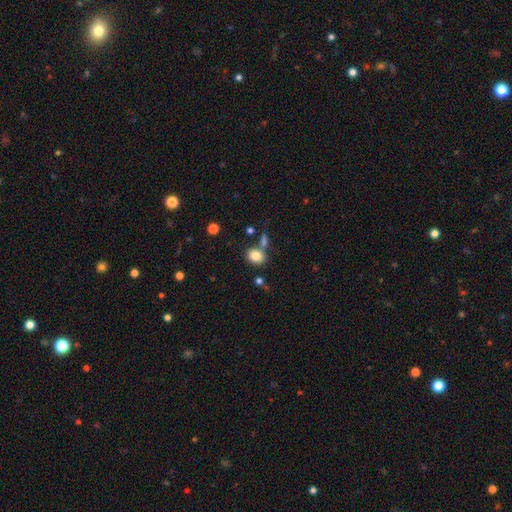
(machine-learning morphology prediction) Smooth or featured? Predicted: smooth (p=0.83). How rounded? Predicted: round (p=0.53). Merging? Predicted: none (p=0.65).